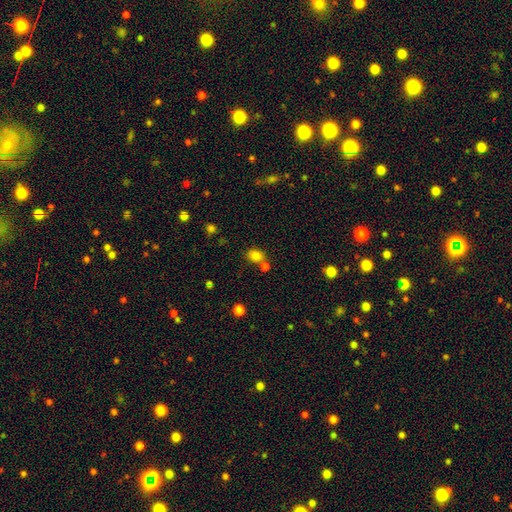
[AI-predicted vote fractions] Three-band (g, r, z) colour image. It shows a smooth galaxy with no disk features (81%) that is round (51%). Merging: none (63%).